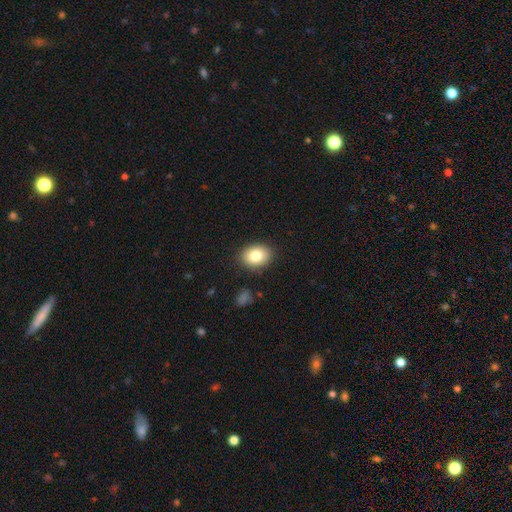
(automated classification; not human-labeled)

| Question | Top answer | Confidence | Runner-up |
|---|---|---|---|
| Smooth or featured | smooth | 81% | featured or disk (10%) |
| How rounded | in between | 63% | round (36%) |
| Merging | none | 87% | minor disturbance (9%) |